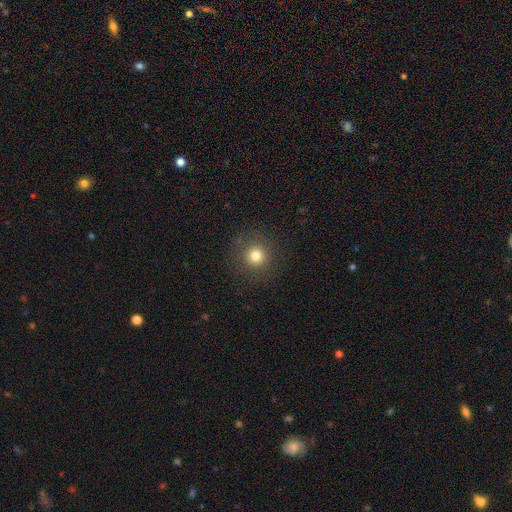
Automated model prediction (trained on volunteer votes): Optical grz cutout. It shows a smooth galaxy with no disk features (78%) that is round (95%). Merging: none (89%).